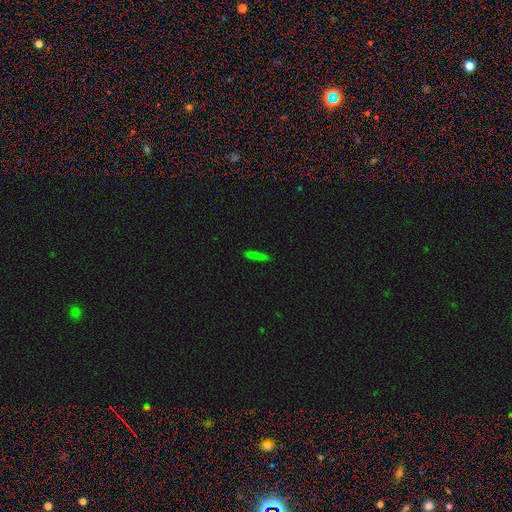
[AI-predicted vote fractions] A smooth galaxy with no disk features (79%) that is cigar-shaped (90%). Merging: none (88%).